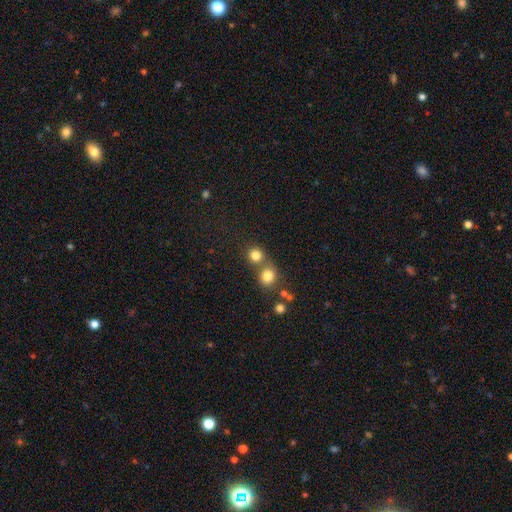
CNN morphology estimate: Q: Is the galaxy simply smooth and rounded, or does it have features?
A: smooth — 81%.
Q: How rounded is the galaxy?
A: round — 88%.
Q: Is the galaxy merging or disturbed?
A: none — 55%.